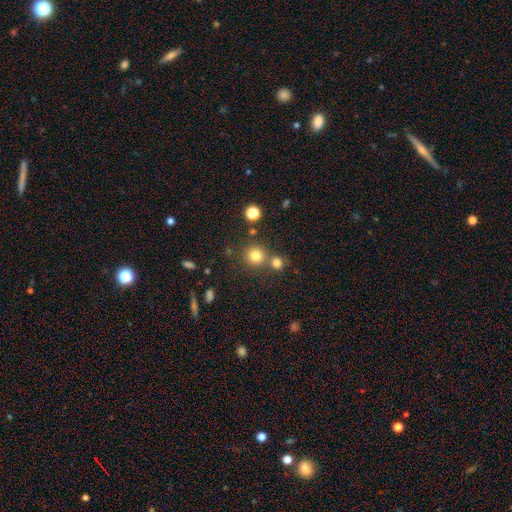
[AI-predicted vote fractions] smooth-or-featured: smooth: 79% | star or artifact: 14% | featured or disk: 7%
  how-rounded: round: 92% | in between: 7% | cigar-shaped: 1%
  merging: none: 71% | merger: 19% | minor disturbance: 7% | major disturbance: 3%